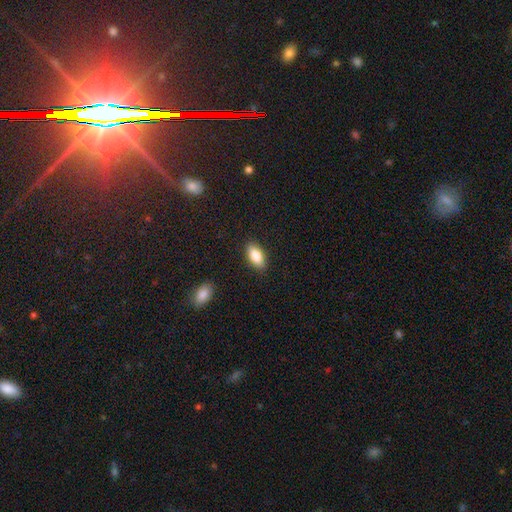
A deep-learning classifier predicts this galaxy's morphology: type=smooth (84%); roundness=in between (90%); merging=none (88%).